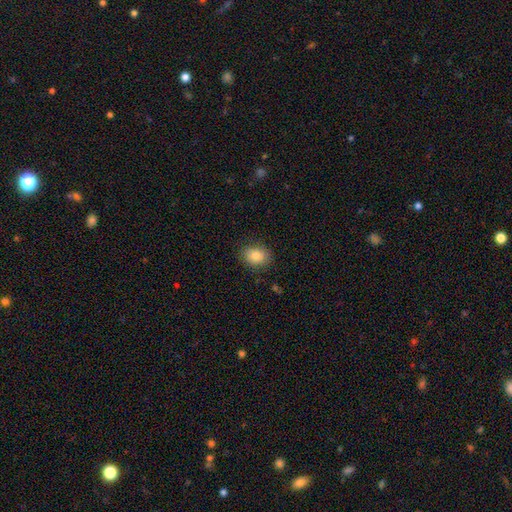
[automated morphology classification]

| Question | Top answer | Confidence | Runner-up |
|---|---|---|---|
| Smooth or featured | smooth | 84% | star or artifact (9%) |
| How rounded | in between | 62% | round (37%) |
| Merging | none | 87% | minor disturbance (10%) |